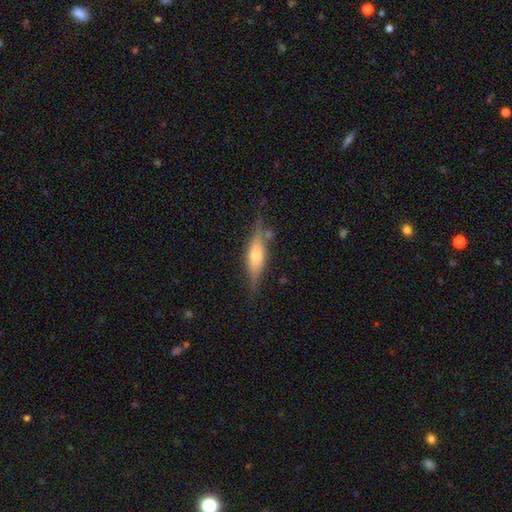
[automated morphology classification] This is possibly a featured or disk galaxy (48%). Merging: likely none (70%).